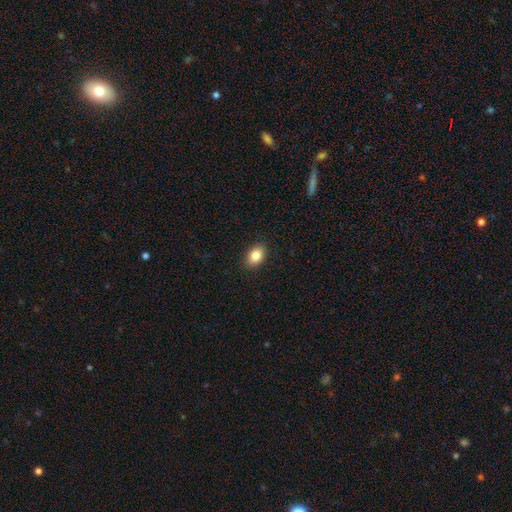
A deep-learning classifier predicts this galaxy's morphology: This is clearly a smooth galaxy (85%). How rounded: likely in between (78%). Merging: clearly none (90%).